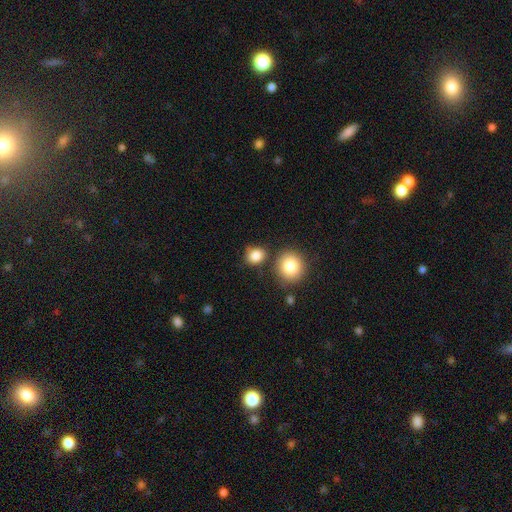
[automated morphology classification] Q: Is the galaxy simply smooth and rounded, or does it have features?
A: smooth — 85%.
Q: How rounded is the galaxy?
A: round — 64%.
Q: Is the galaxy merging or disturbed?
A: none — 71%.